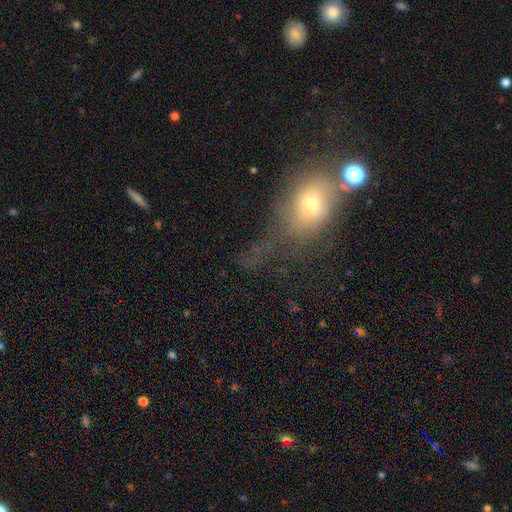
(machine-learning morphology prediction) Smooth or featured? smooth (47%)
Merging? none (39%)